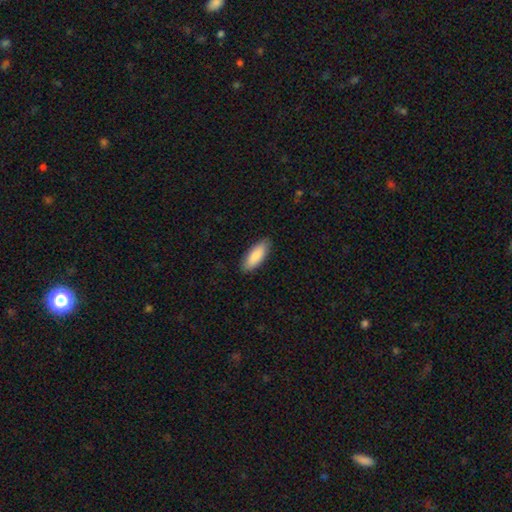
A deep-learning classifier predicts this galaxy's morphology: A smooth galaxy with no disk features (88%) that is in between round and cigar-shaped (72%).

Vote fractions:
- Smooth or featured? smooth: 88% / featured or disk: 7% / star or artifact: 5%
- How rounded? in between: 72% / cigar-shaped: 26% / round: 1%
- Merging? none: 87% / minor disturbance: 10% / major disturbance: 2% / merger: 1%